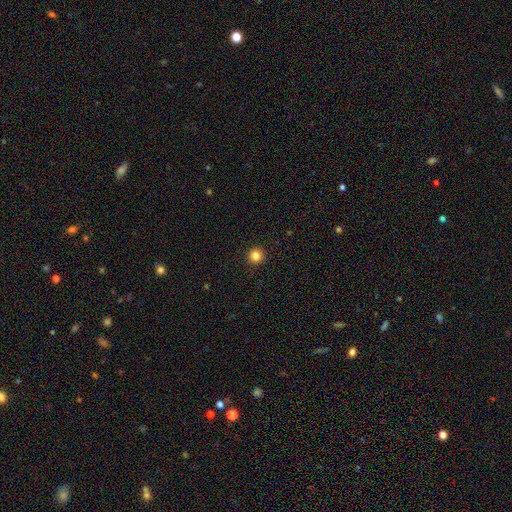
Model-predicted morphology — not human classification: smooth_or_featured: smooth (p=0.83) [alt: star or artifact p=0.12]
how_rounded: round (p=0.95) [alt: in between p=0.04]
merging: none (p=0.94) [alt: minor disturbance p=0.04]